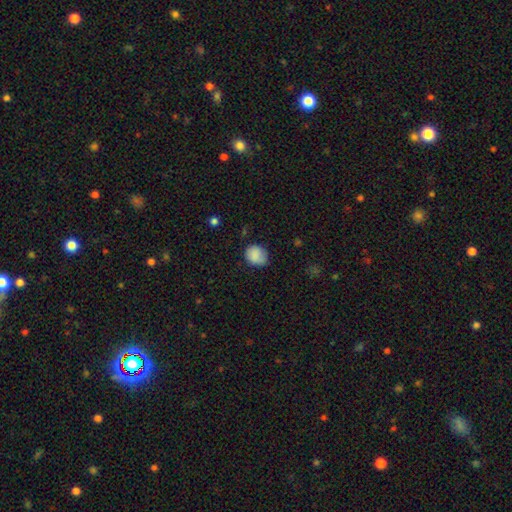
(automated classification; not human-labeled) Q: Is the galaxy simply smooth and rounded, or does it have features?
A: smooth — 86%.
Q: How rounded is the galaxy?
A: round — 68%.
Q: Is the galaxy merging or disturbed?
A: none — 67%.